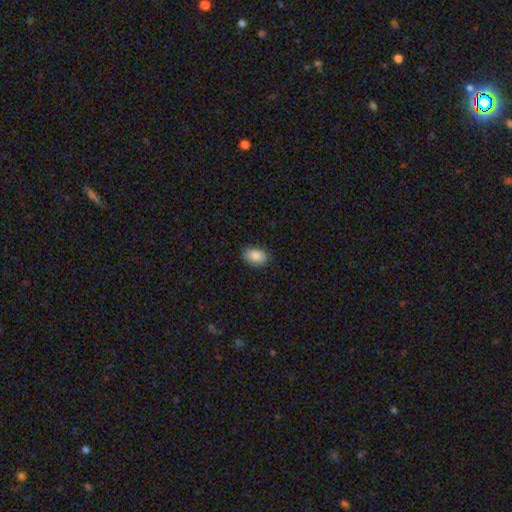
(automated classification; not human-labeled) Smooth or featured? smooth (88%)
How rounded? in between (87%)
Merging? none (83%)